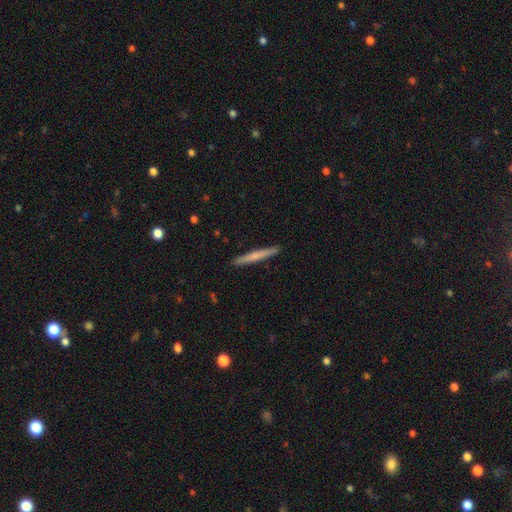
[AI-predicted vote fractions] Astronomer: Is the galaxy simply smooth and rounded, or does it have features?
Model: smooth — 56% (runner-up: featured or disk, 39%).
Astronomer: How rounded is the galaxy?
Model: cigar-shaped — 97%.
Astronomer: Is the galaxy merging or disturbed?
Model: none — 92%.